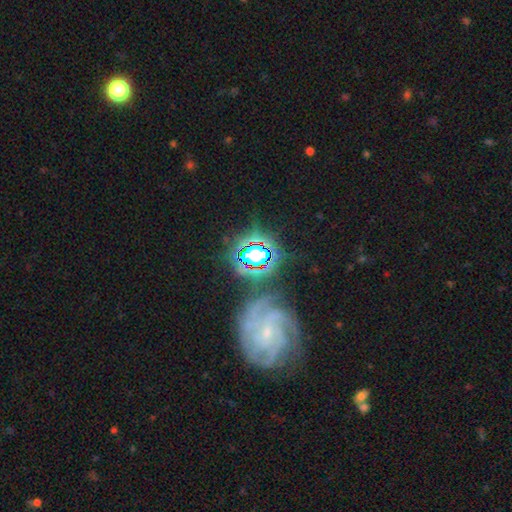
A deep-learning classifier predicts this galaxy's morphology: smooth_or_featured: featured or disk (p=0.51) [alt: star or artifact p=0.33]
disk_edge_on: no (p=0.95) [alt: yes p=0.05]
merging: none (p=0.74) [alt: minor disturbance p=0.14]